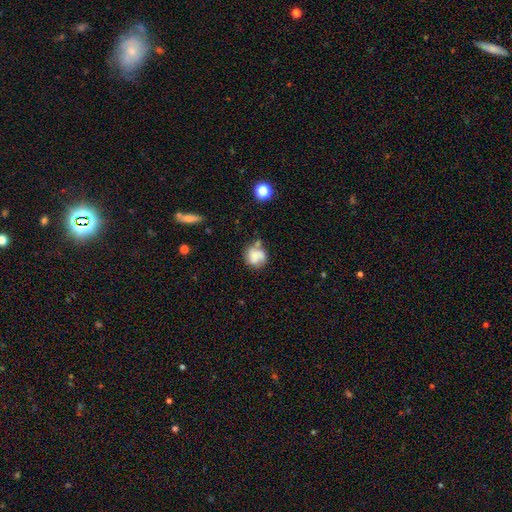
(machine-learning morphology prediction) This is possibly a smooth galaxy (60%). How rounded: likely round (78%). Merging: possibly none (48%).